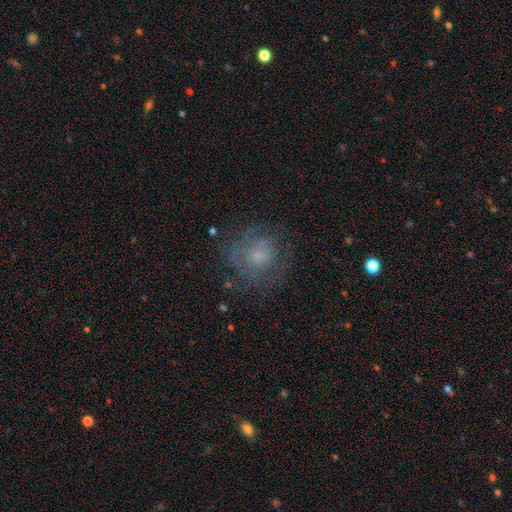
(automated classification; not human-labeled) This is marginally a smooth galaxy (45%). Merging: likely none (67%).